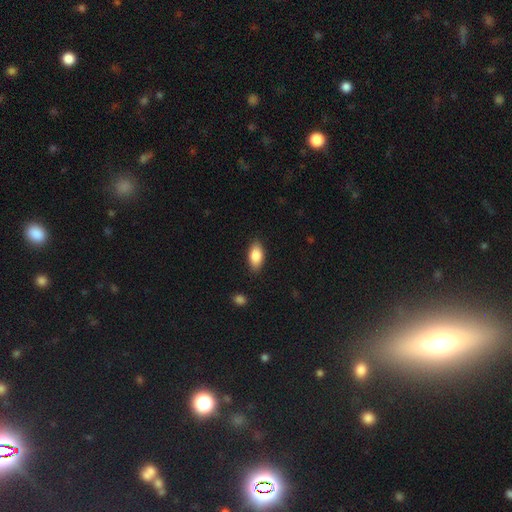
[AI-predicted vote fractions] The model was most divided on "merging": none: 86%, minor disturbance: 10%, major disturbance: 2%, merger: 1%. More confident: how rounded — in between (91%); smooth or featured — smooth (86%).